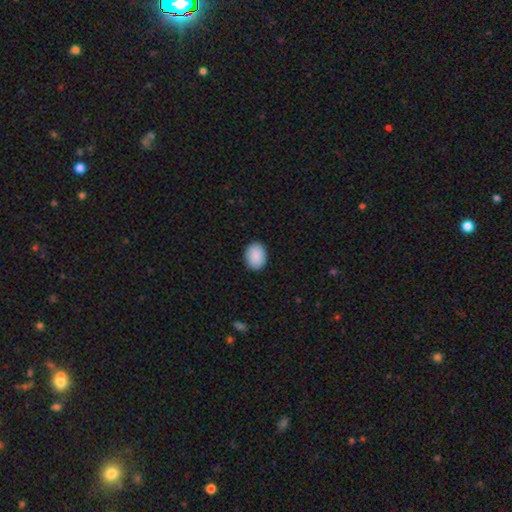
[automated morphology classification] A smooth galaxy with no disk features (90%) that is in between round and cigar-shaped (63%).

Vote fractions:
- Smooth or featured? smooth: 90% / star or artifact: 7% / featured or disk: 3%
- How rounded? in between: 63% / round: 36% / cigar-shaped: 1%
- Merging? none: 89% / minor disturbance: 8% / major disturbance: 2% / merger: 1%